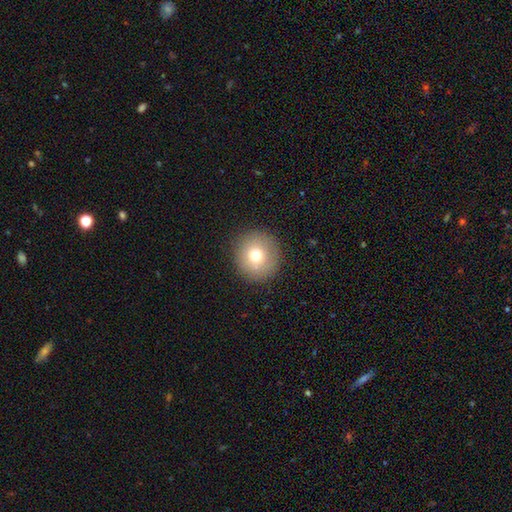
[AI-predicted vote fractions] Smooth or featured? smooth (73%)
How rounded? round (94%)
Merging? none (90%)